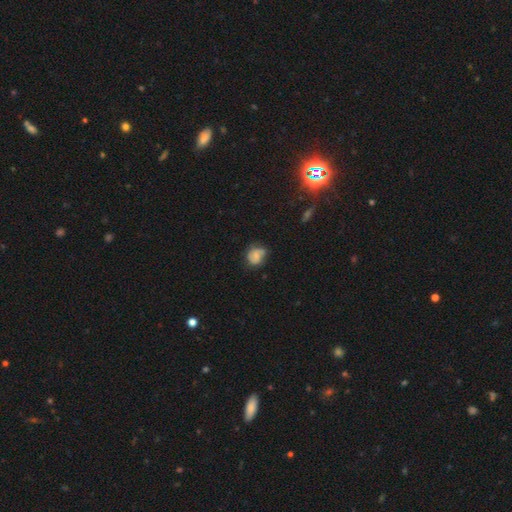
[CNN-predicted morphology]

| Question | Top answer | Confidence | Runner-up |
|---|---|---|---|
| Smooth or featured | smooth | 55% | featured or disk (35%) |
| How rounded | round | 61% | in between (38%) |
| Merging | none | 51% | minor disturbance (33%) |